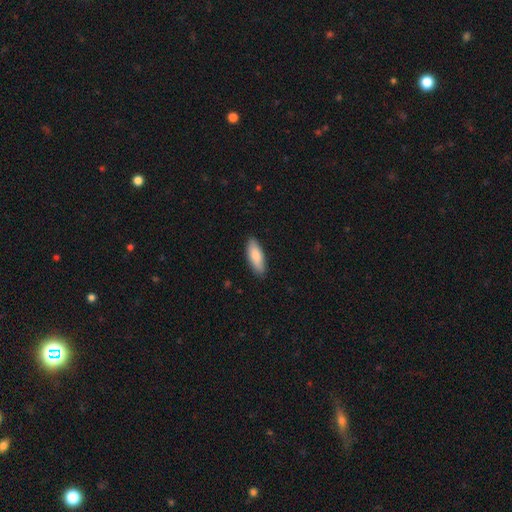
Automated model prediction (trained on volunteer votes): Q: Smooth or featured?
A: smooth (84%); runner-up: featured or disk (11%)
Q: How rounded?
A: in between (68%); runner-up: cigar-shaped (31%)
Q: Merging?
A: none (88%); runner-up: minor disturbance (10%)